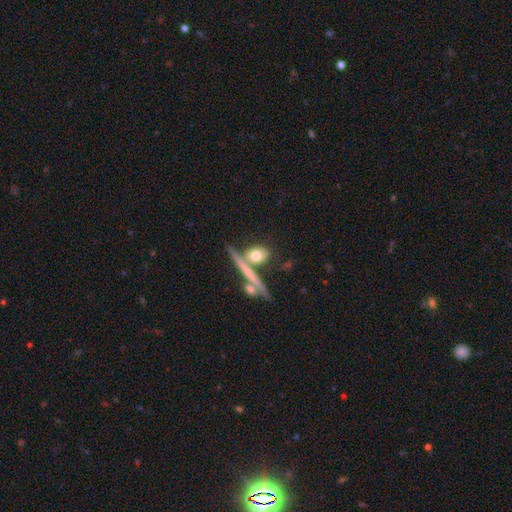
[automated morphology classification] Smooth or featured: smooth — 67% (featured or disk — 25%)
How rounded: round — 45% (in between — 31%)
Merging: none — 58% (merger — 23%)